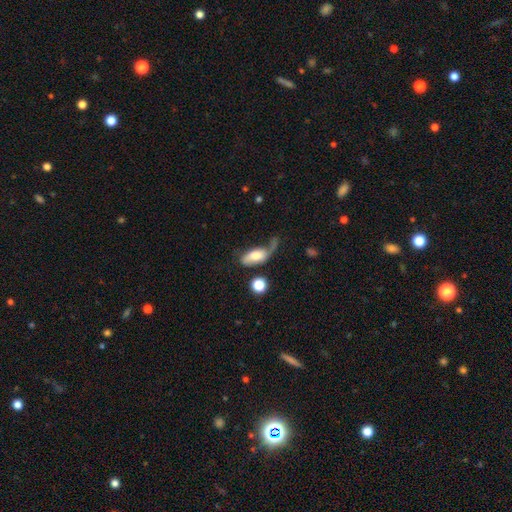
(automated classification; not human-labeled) The model was most divided on "merging": major disturbance: 34%, none: 28%, minor disturbance: 24%, merger: 13%. More confident: how rounded — in between (84%); smooth or featured — smooth (53%).